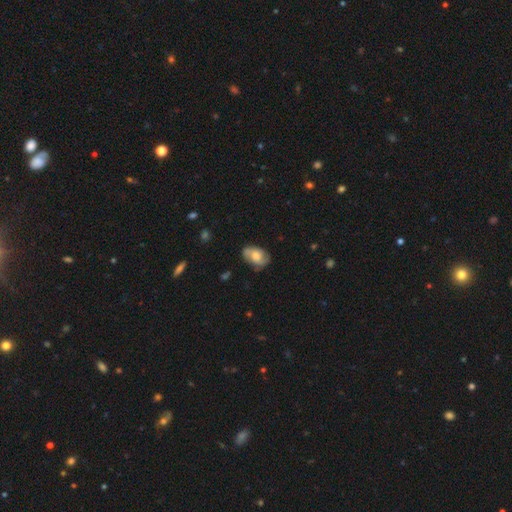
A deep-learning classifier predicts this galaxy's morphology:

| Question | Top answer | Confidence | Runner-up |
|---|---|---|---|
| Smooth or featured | featured or disk | 50% | smooth (42%) |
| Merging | none | 68% | minor disturbance (23%) |